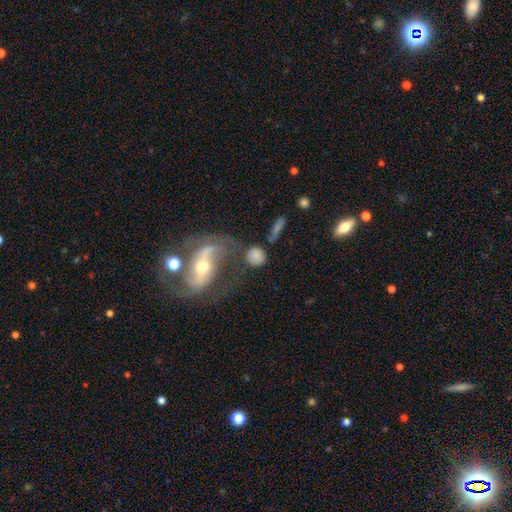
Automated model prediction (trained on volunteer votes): Q: Smooth or featured?
A: smooth (65%); runner-up: featured or disk (26%)
Q: How rounded?
A: round (78%); runner-up: in between (19%)
Q: Merging?
A: none (60%); runner-up: merger (15%)